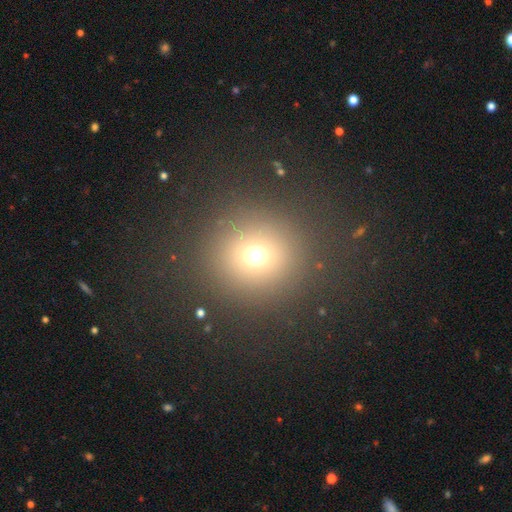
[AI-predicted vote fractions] smooth_or_featured: smooth (p=0.68) [alt: star or artifact p=0.23]
how_rounded: round (p=0.91) [alt: in between p=0.08]
merging: none (p=0.85) [alt: minor disturbance p=0.07]